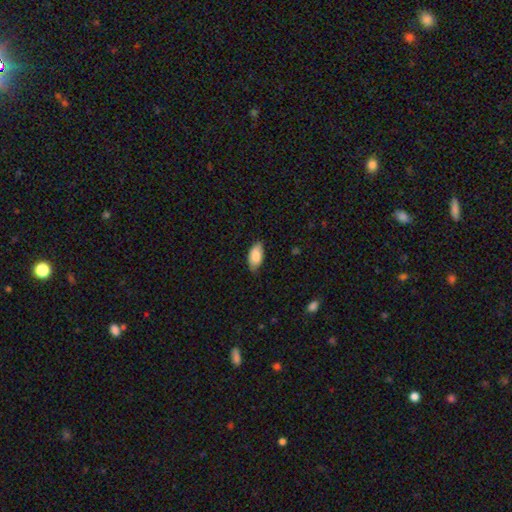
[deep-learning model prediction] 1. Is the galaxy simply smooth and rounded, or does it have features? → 87% smooth, 7% featured or disk, 6% star or artifact.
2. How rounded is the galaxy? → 93% in between, 5% cigar-shaped, 2% round.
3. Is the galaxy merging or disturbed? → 80% none, 16% minor disturbance, 3% major disturbance, 1% merger.